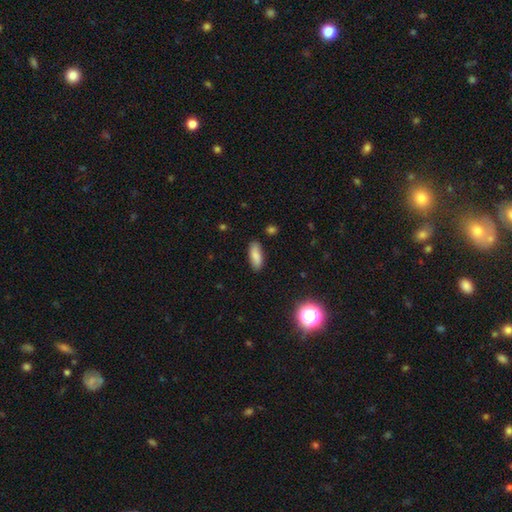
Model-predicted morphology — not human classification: Smooth or featured?
  - smooth: 83% *
  - featured or disk: 10%
  - star or artifact: 8%
How rounded?
  - in between: 76% *
  - cigar-shaped: 21%
  - round: 2%
Merging?
  - none: 86% *
  - minor disturbance: 11%
  - major disturbance: 2%
  - merger: 2%